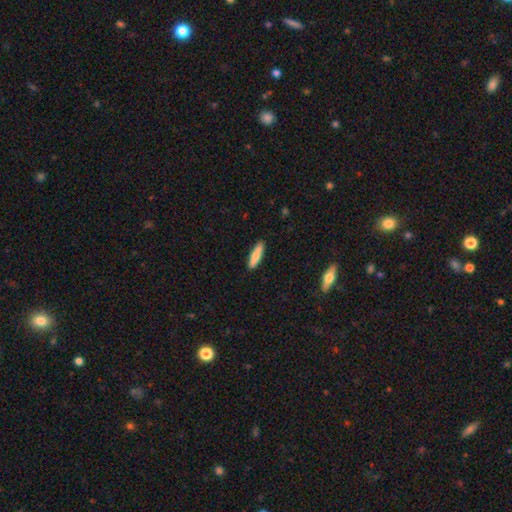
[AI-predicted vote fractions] The model was most divided on "how rounded": cigar-shaped: 74%, in between: 24%, round: 2%. More confident: merging — none (88%); smooth or featured — smooth (75%).